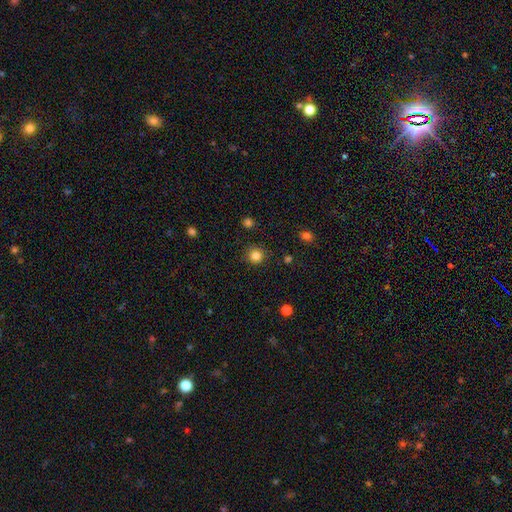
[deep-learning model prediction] A smooth galaxy with no disk features (84%) that is round (93%). Merging: none (89%).